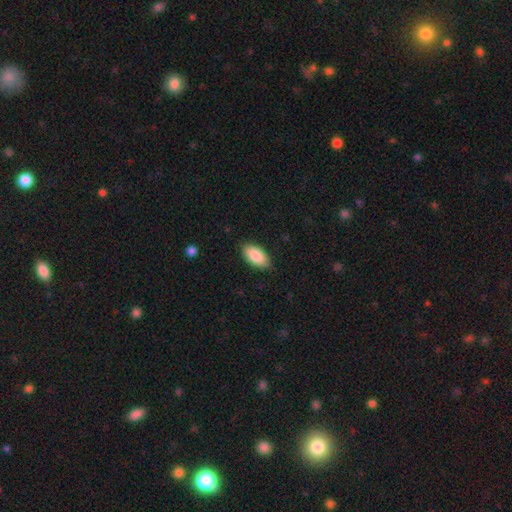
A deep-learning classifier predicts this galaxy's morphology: Overall: smooth (87%). How rounded: in between (95%). Merging: none (85%).